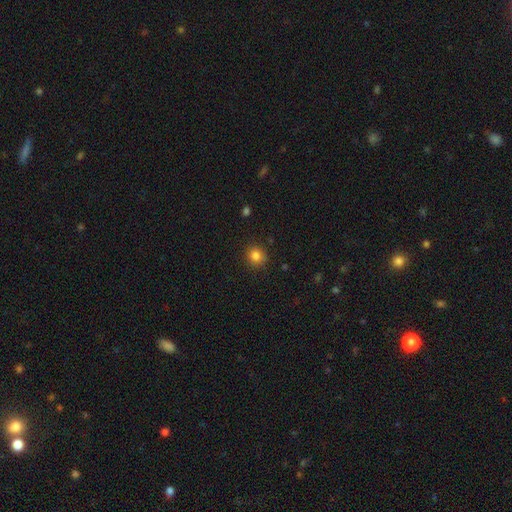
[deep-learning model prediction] Smooth or featured: smooth — 83% (star or artifact — 12%)
How rounded: round — 87% (in between — 12%)
Merging: none — 88% (minor disturbance — 8%)